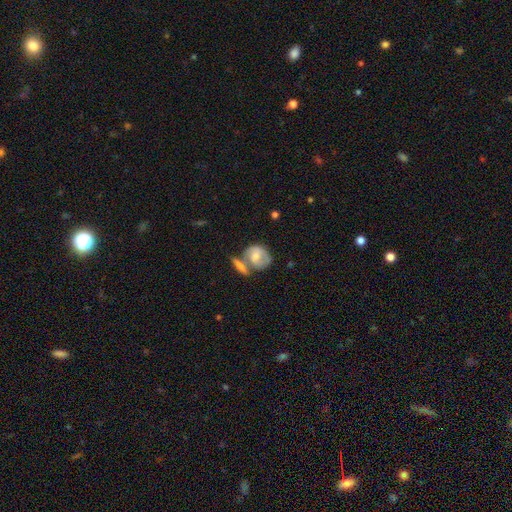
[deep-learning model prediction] Q: Smooth or featured?
A: smooth (54%); runner-up: featured or disk (39%)
Q: How rounded?
A: round (59%); runner-up: in between (38%)
Q: Merging?
A: merger (41%); runner-up: none (35%)